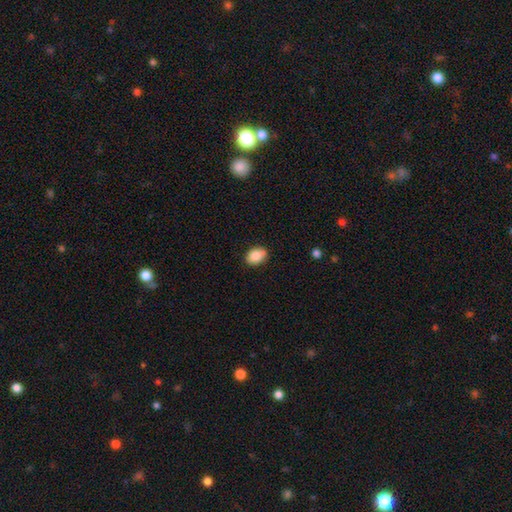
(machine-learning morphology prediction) smooth 88%, star or artifact 8%, featured or disk 5%. Down the decision tree: how rounded — in between (79%); merging — none (80%).